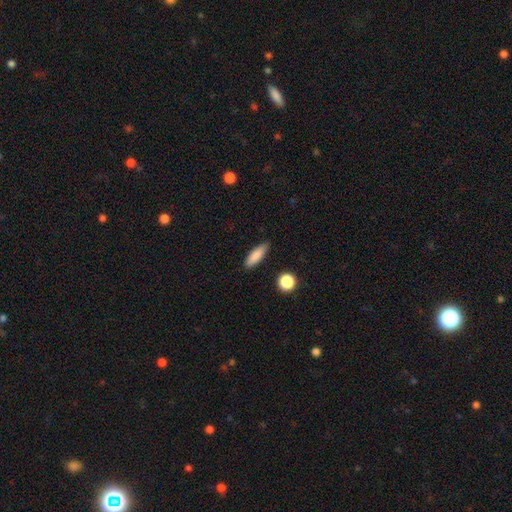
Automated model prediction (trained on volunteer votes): The model was most divided on "how rounded": in between: 51%, cigar-shaped: 46%, round: 3%. More confident: merging — none (86%); smooth or featured — smooth (84%).